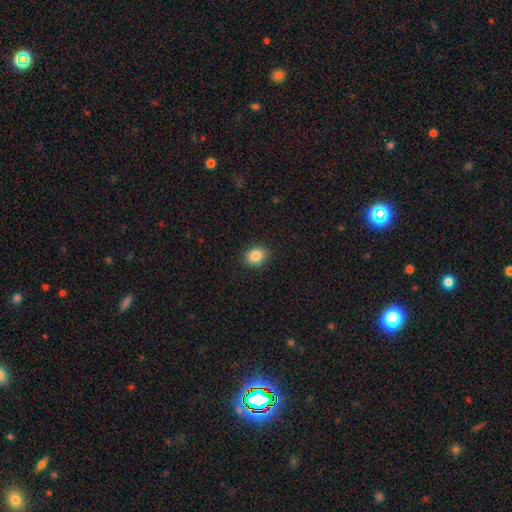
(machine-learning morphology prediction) Smooth or featured? smooth (86%)
How rounded? round (53%)
Merging? none (89%)